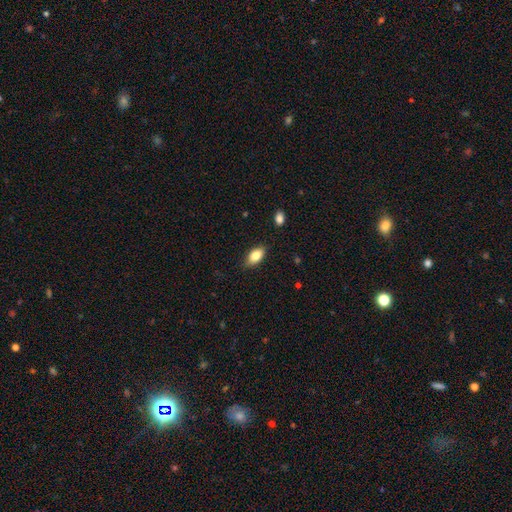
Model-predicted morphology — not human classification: Overall: smooth (82%). How rounded: in between (90%). Merging: none (85%).